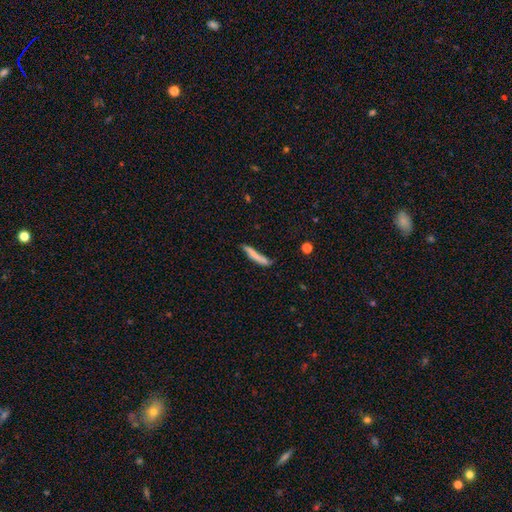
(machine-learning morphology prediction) This appears to be a smooth galaxy with no disk features (74%) that is cigar-shaped (92%). Merging: none (60%).